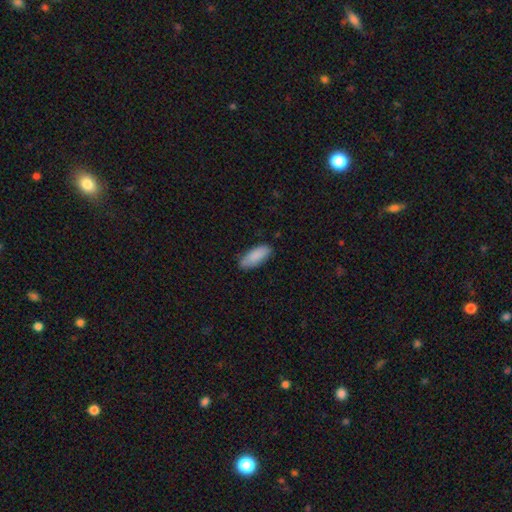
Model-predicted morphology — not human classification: Smooth or featured: smooth — 88% (featured or disk — 6%)
How rounded: in between — 78% (cigar-shaped — 20%)
Merging: none — 80% (minor disturbance — 16%)